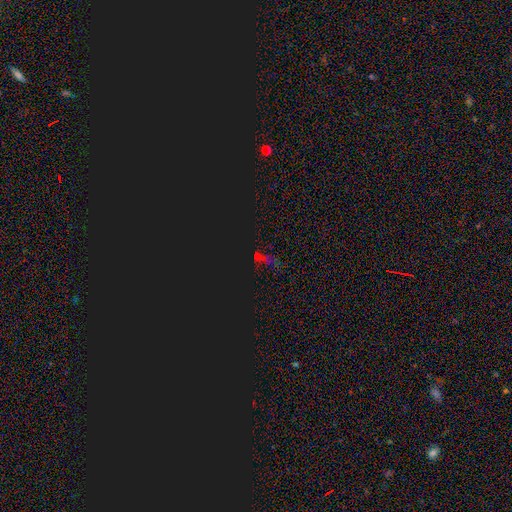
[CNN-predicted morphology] Smooth or featured: star or artifact — 77% (smooth — 14%)